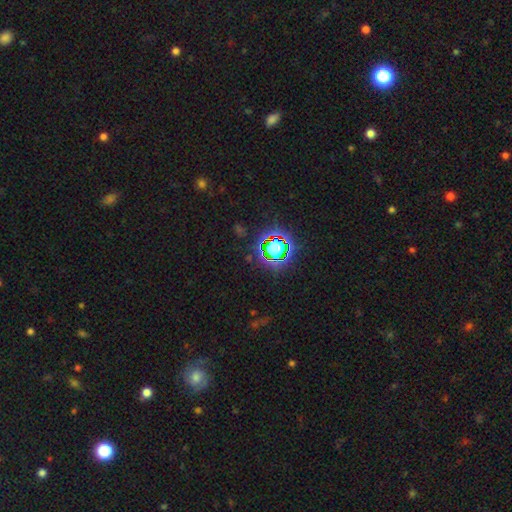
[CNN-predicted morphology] smooth_or_featured: star or artifact (p=0.77) [alt: smooth p=0.15]